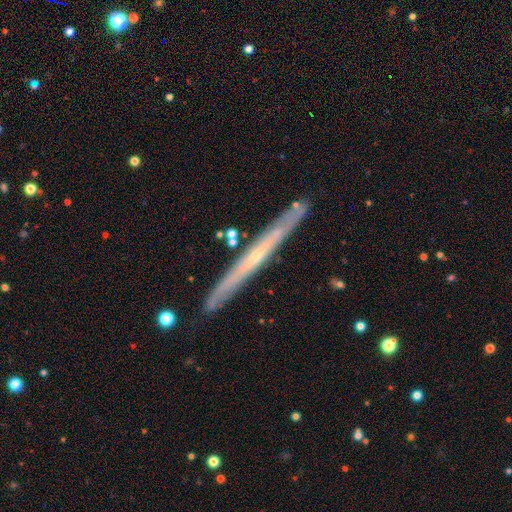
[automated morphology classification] A featured or disk galaxy (71%) viewed edge-on (94%) with no central bulge (63%). Merging: none (87%).